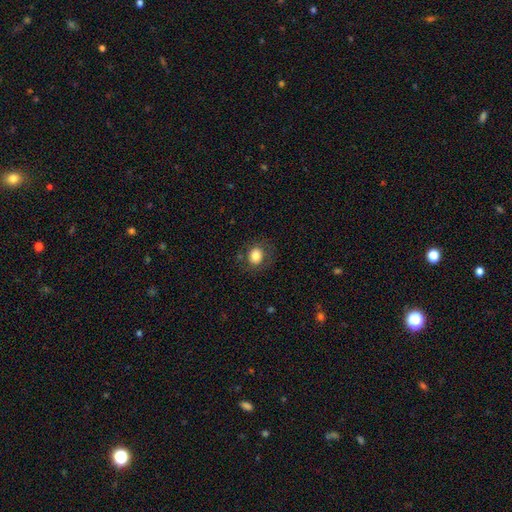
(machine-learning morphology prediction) This appears to be a smooth galaxy with no disk features (81%) that is round (67%). Merging: none (79%).